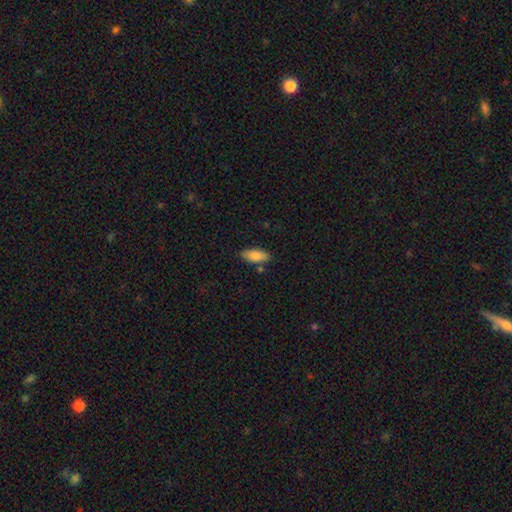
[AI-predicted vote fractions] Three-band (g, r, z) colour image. It shows a smooth galaxy with no disk features (84%) that is in between round and cigar-shaped (83%). Merging: none (76%).